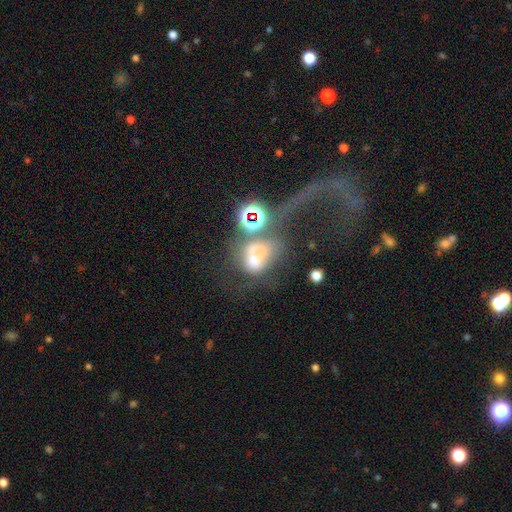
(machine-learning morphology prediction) smooth 45%, featured or disk 30%, star or artifact 25%. Down the decision tree: merging — merger (41%).